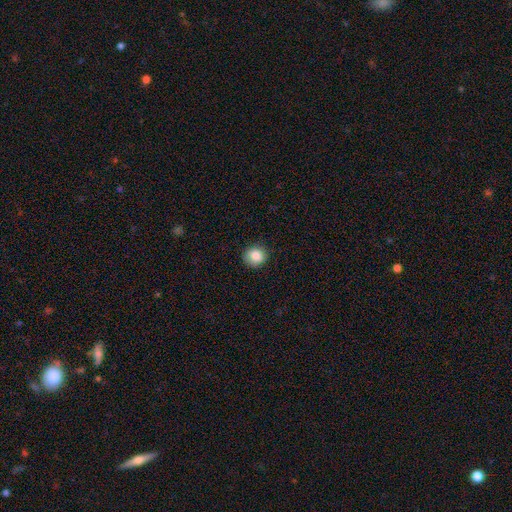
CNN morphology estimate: Smooth or featured? Predicted: smooth (p=0.85). How rounded? Predicted: round (p=0.85). Merging? Predicted: none (p=0.85).